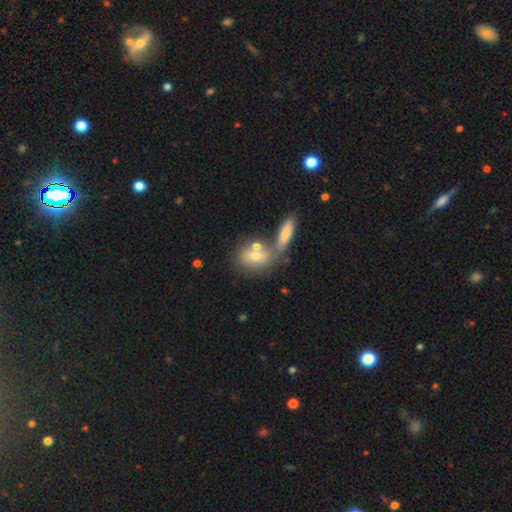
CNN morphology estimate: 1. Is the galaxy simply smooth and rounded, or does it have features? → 62% smooth, 28% featured or disk, 10% star or artifact.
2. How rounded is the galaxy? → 65% in between, 23% round, 13% cigar-shaped.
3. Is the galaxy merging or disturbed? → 44% merger, 40% none, 11% minor disturbance, 5% major disturbance.